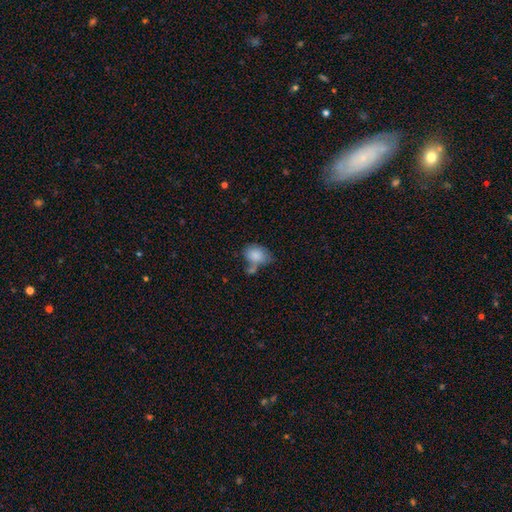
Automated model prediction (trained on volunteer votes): This is clearly a smooth galaxy (82%). How rounded: likely in between (75%). Merging: marginally none (38%).